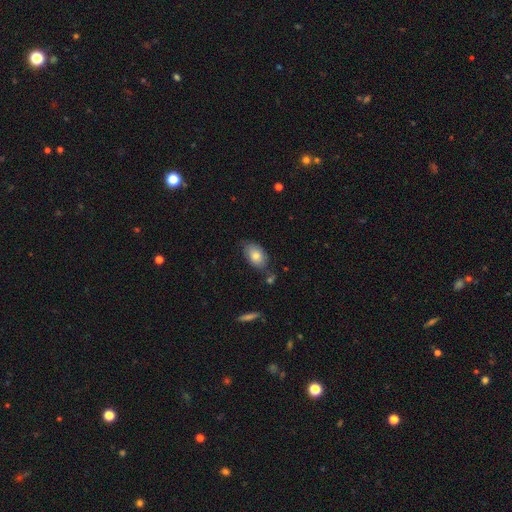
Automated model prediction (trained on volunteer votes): Smooth or featured?
  - smooth: 76% *
  - featured or disk: 16%
  - star or artifact: 7%
How rounded?
  - in between: 89% *
  - round: 10%
  - cigar-shaped: 2%
Merging?
  - none: 65% *
  - minor disturbance: 25%
  - major disturbance: 5%
  - merger: 5%